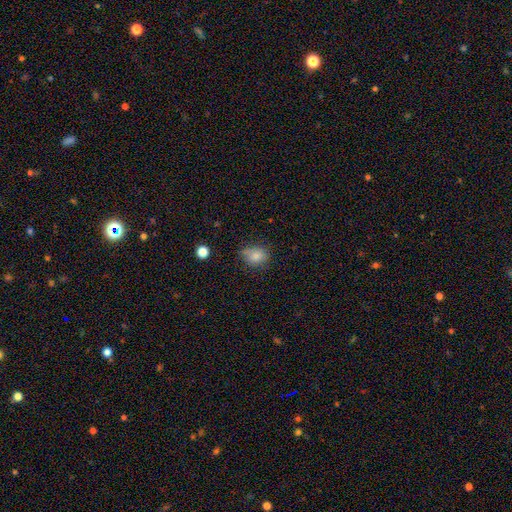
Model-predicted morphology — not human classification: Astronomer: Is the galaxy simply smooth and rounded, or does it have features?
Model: smooth — 82%.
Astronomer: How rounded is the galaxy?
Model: round — 50% (runner-up: in between, 48%).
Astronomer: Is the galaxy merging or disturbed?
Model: none — 59%.